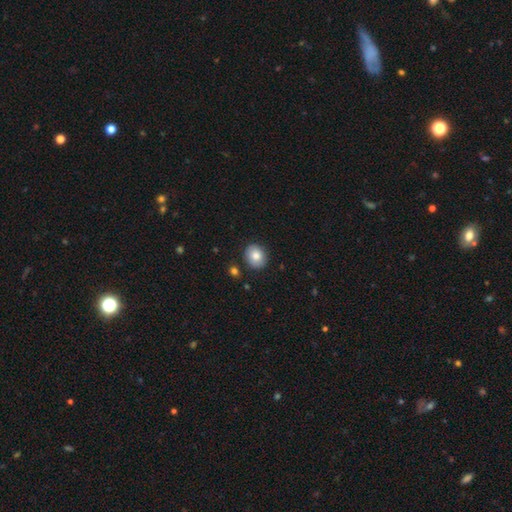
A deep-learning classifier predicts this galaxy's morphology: Smooth or featured? Predicted: smooth (p=0.81). How rounded? Predicted: round (p=0.74). Merging? Predicted: none (p=0.86).